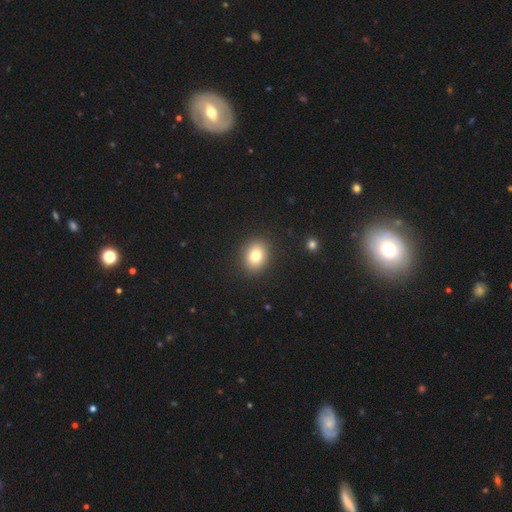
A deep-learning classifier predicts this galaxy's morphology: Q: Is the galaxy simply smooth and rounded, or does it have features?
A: smooth — 79%.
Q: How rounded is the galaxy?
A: round — 55%.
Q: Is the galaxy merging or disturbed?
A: none — 90%.